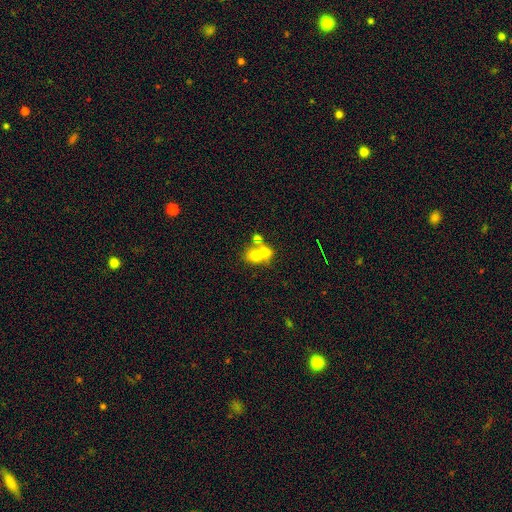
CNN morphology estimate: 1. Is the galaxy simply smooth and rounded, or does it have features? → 65% smooth, 22% featured or disk, 13% star or artifact.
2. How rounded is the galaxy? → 68% round, 31% in between, 1% cigar-shaped.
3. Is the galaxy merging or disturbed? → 62% merger, 28% none, 6% minor disturbance, 4% major disturbance.